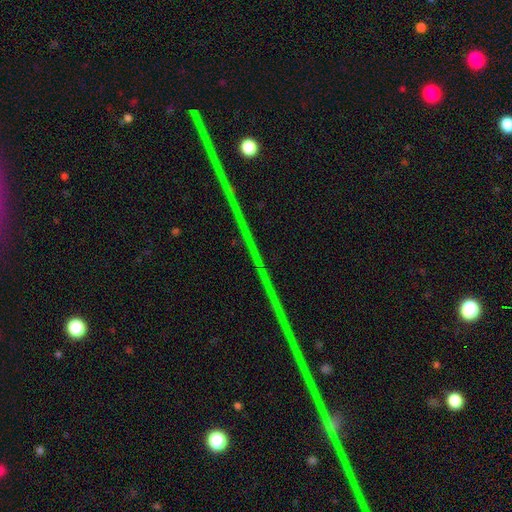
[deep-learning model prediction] star or artifact 82%, featured or disk 12%, smooth 6%.